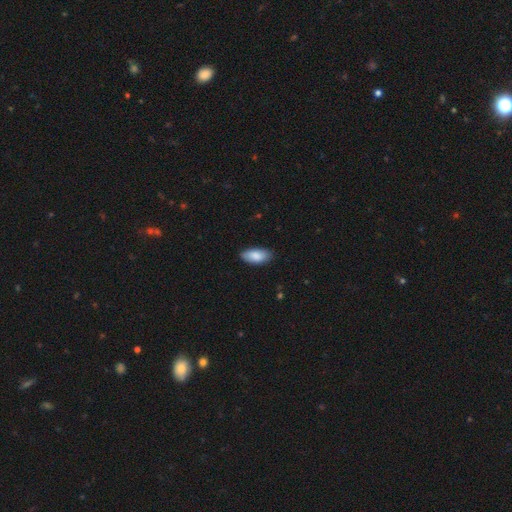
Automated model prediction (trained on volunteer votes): A smooth galaxy with no disk features (88%) that is in between round and cigar-shaped (91%). Merging: none (85%).